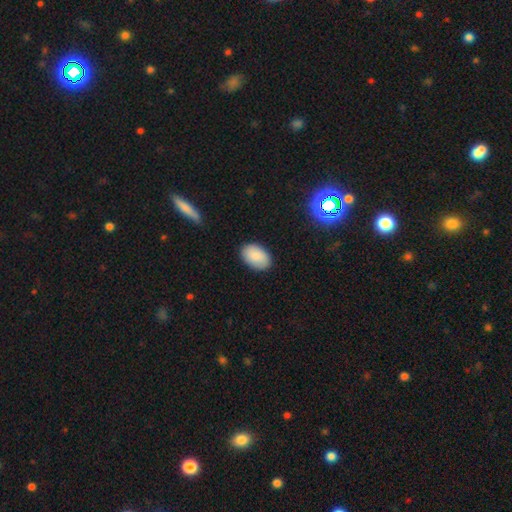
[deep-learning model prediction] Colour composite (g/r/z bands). It shows a smooth galaxy with no disk features (87%) that is in between round and cigar-shaped (90%). Merging: none (86%).